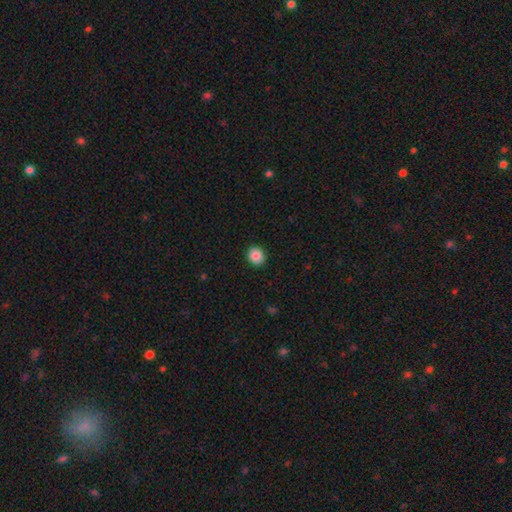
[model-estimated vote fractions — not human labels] A smooth galaxy with no disk features (86%) that is round (78%). Merging: none (92%).